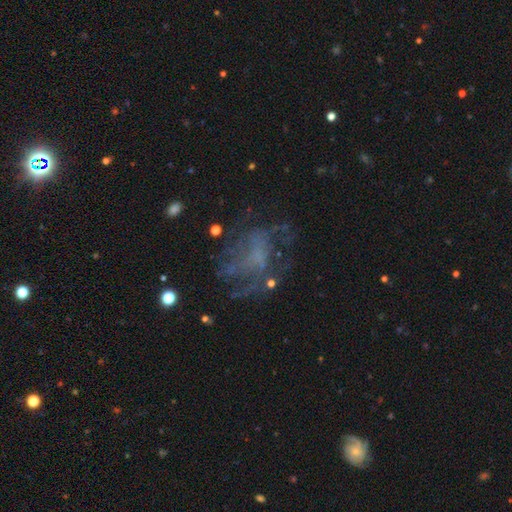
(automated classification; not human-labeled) Q: Smooth or featured?
A: featured or disk (62%); runner-up: star or artifact (21%)
Q: Edge-on disk?
A: no (97%); runner-up: yes (3%)
Q: Bar?
A: no (70%); runner-up: weak (24%)
Q: Spiral arms?
A: yes (57%); runner-up: no (43%)
Q: Bulge size?
A: none (63%); runner-up: small (19%)
Q: Merging?
A: none (51%); runner-up: major disturbance (29%)